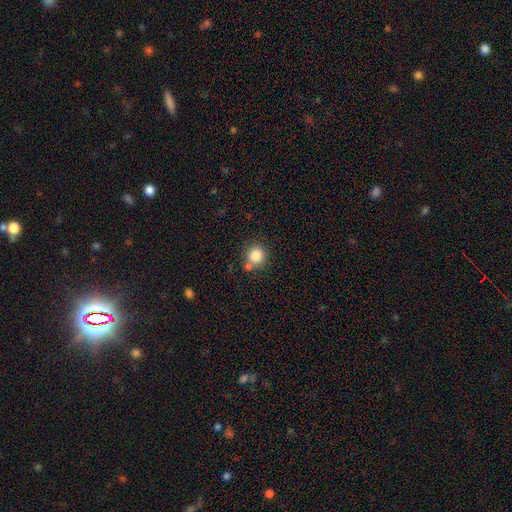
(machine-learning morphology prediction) type=smooth (83%); roundness=round (88%); merging=none (70%).